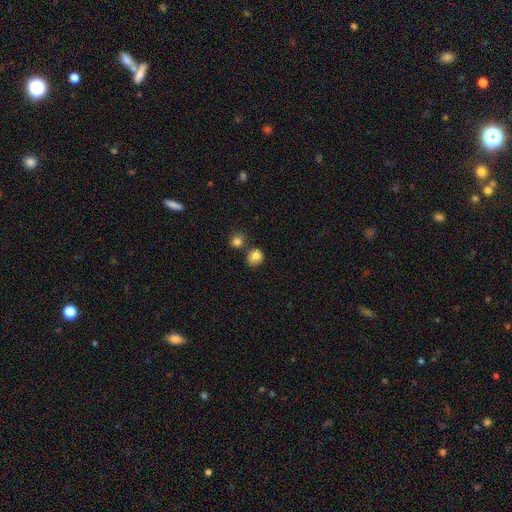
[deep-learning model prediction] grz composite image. It shows a smooth galaxy with no disk features (82%) that is round (76%). Merging: none (64%).